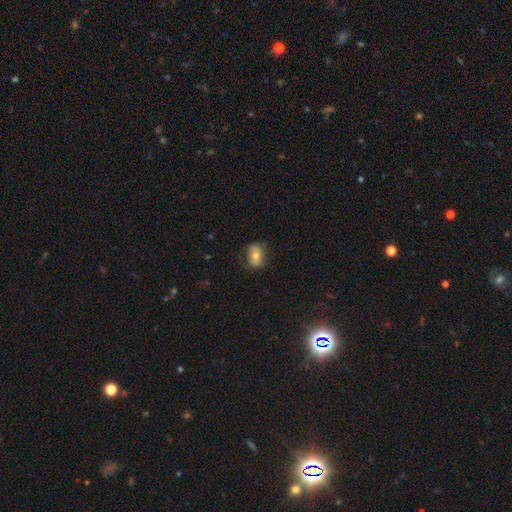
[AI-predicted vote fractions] smooth 70%, featured or disk 21%, star or artifact 9%. Down the decision tree: how rounded — in between (78%); merging — none (75%).